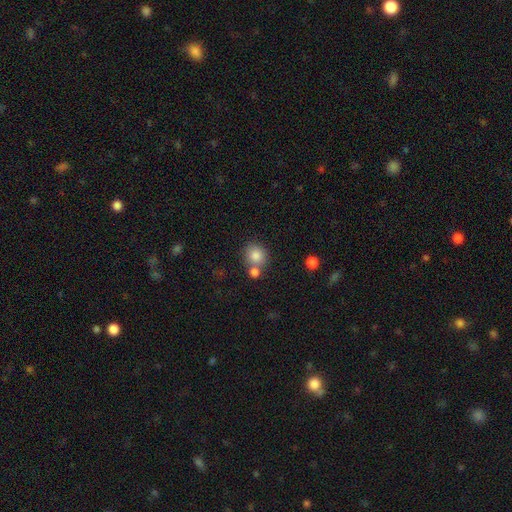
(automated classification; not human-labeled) A smooth galaxy with no disk features (83%) that is round (83%).

Vote fractions:
- Smooth or featured? smooth: 83% / star or artifact: 10% / featured or disk: 7%
- How rounded? round: 83% / in between: 16% / cigar-shaped: 1%
- Merging? none: 59% / merger: 29% / minor disturbance: 9% / major disturbance: 3%